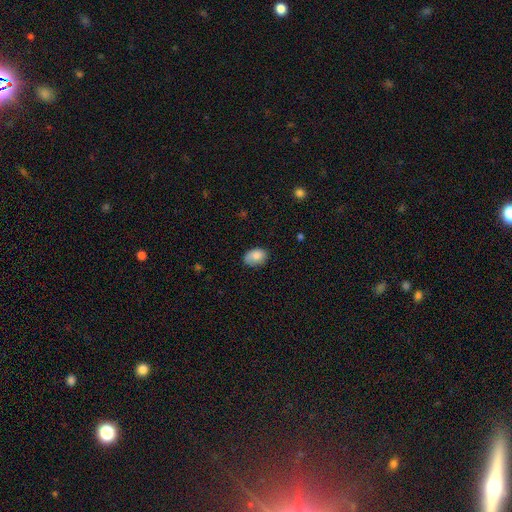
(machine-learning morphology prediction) Smooth or featured?
  - smooth: 85% *
  - featured or disk: 8%
  - star or artifact: 7%
How rounded?
  - in between: 83% *
  - round: 16%
  - cigar-shaped: 1%
Merging?
  - none: 71% *
  - minor disturbance: 23%
  - major disturbance: 4%
  - merger: 1%